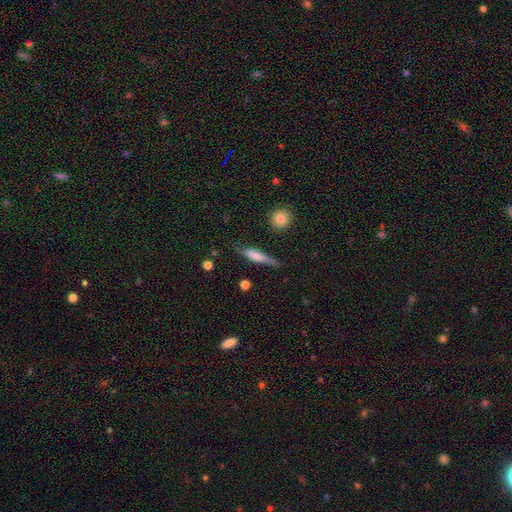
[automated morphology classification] smooth_or_featured: smooth (p=0.62) [alt: featured or disk p=0.31]
how_rounded: cigar-shaped (p=0.76) [alt: in between p=0.21]
merging: none (p=0.67) [alt: minor disturbance p=0.24]